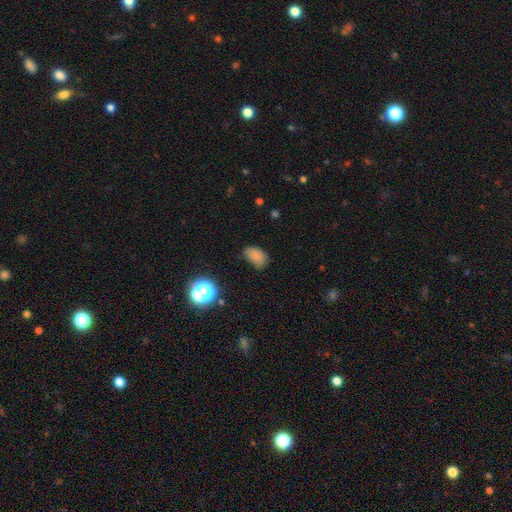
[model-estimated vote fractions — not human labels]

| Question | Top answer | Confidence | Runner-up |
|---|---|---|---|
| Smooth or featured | smooth | 79% | star or artifact (15%) |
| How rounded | in between | 88% | round (11%) |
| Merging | none | 64% | minor disturbance (27%) |